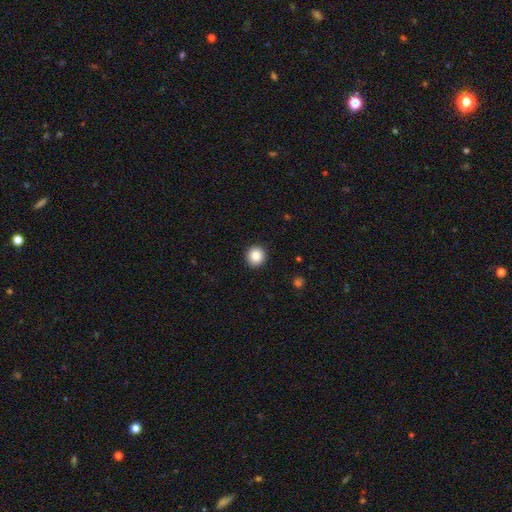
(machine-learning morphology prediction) smooth-or-featured: smooth: 85% | star or artifact: 10% | featured or disk: 6%
  how-rounded: round: 92% | in between: 7% | cigar-shaped: 1%
  merging: none: 93% | minor disturbance: 5% | major disturbance: 2% | merger: 1%